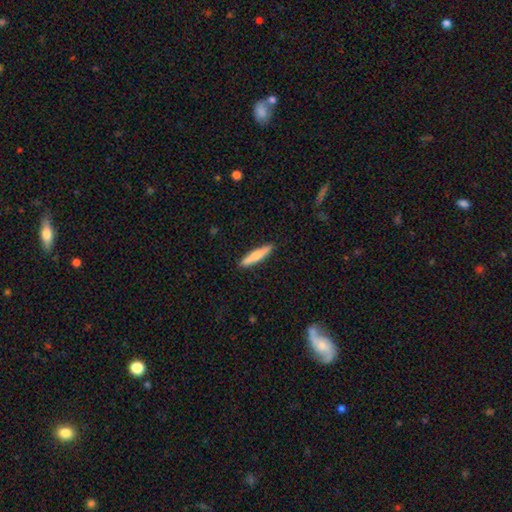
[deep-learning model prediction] A smooth galaxy with no disk features (70%) that is cigar-shaped (89%). Merging: none (90%).